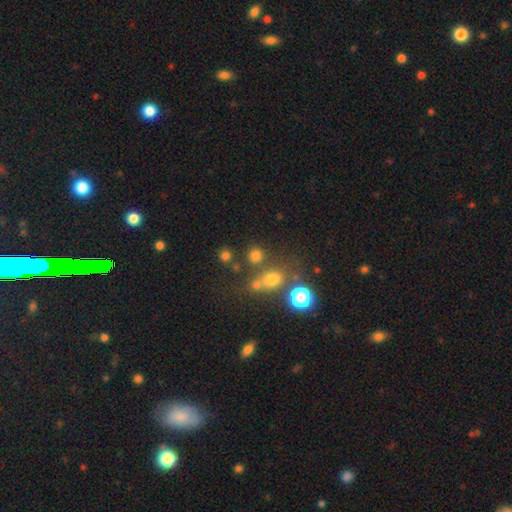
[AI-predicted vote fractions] Smooth or featured? Predicted: smooth (p=0.73). How rounded? Predicted: round (p=0.83). Merging? Predicted: none (p=0.69).